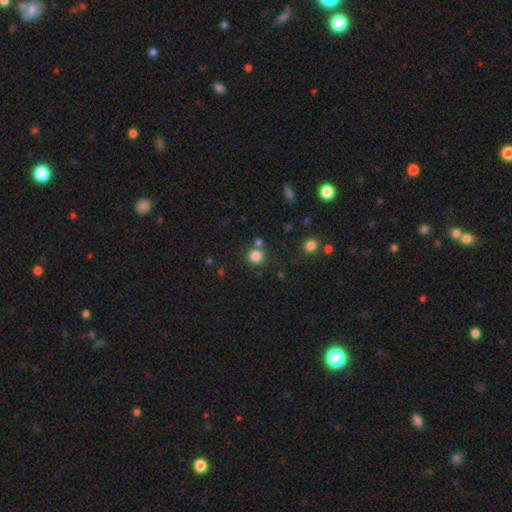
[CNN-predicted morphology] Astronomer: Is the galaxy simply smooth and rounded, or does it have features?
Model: smooth — 82%.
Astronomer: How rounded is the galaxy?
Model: round — 90%.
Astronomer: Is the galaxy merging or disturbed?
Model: none — 75%.